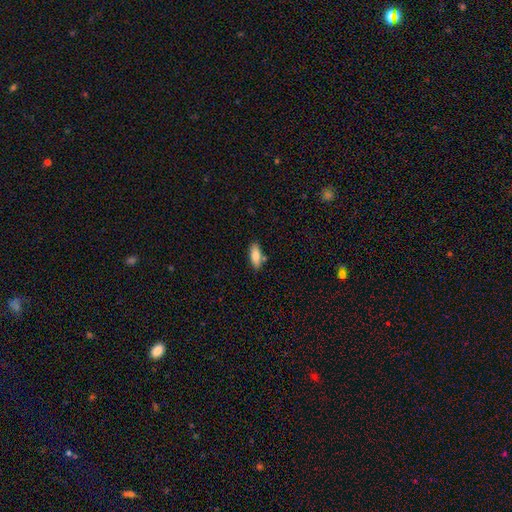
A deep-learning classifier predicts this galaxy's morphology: This appears to be a smooth galaxy with no disk features (81%) that is in between round and cigar-shaped (74%). Merging: none (77%).